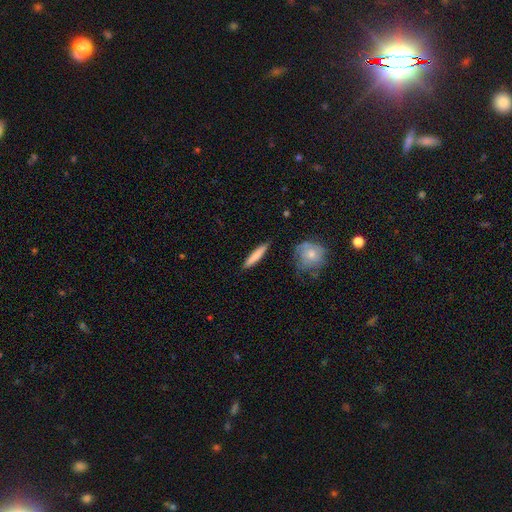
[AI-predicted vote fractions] smooth-or-featured: smooth: 75% | featured or disk: 20% | star or artifact: 5%
  how-rounded: cigar-shaped: 91% | in between: 7% | round: 2%
  merging: none: 88% | minor disturbance: 9% | merger: 2% | major disturbance: 2%